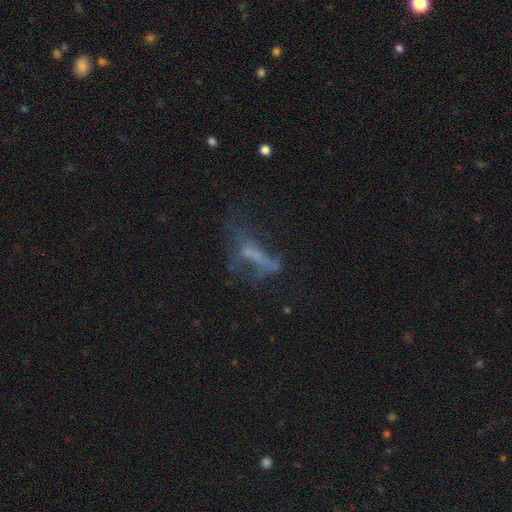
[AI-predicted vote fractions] This appears to be a featured or disk galaxy (44%). Merging: major disturbance (38%).